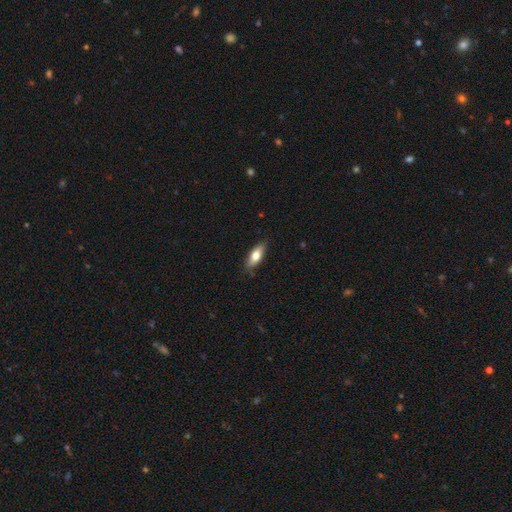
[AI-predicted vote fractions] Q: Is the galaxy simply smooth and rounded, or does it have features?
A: smooth — 71%.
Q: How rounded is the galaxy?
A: in between — 71%.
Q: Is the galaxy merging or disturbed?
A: none — 83%.